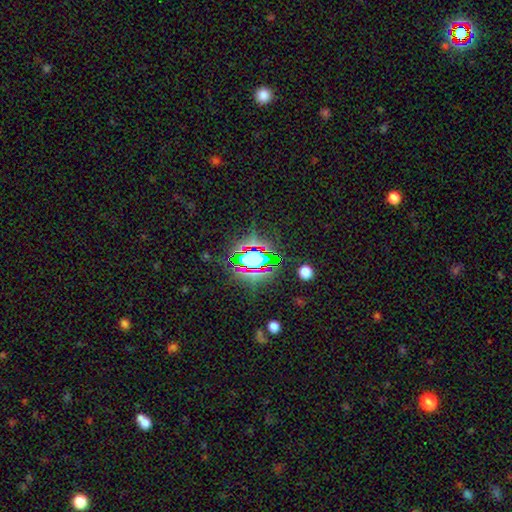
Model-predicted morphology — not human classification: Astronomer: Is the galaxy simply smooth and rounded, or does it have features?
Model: star or artifact — 72%.